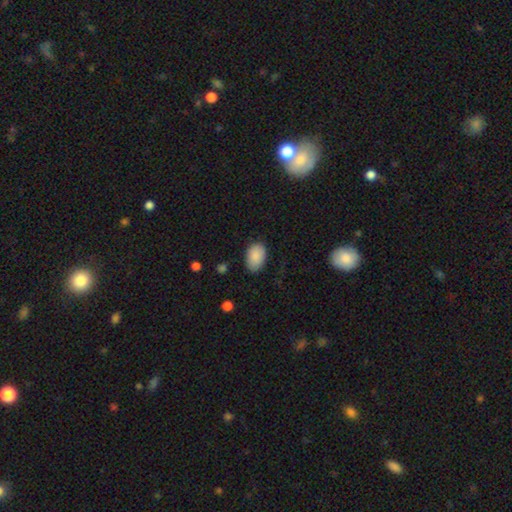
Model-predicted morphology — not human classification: smooth_or_featured: smooth (p=0.89) [alt: star or artifact p=0.07]
how_rounded: in between (p=0.89) [alt: round p=0.10]
merging: none (p=0.81) [alt: minor disturbance p=0.14]